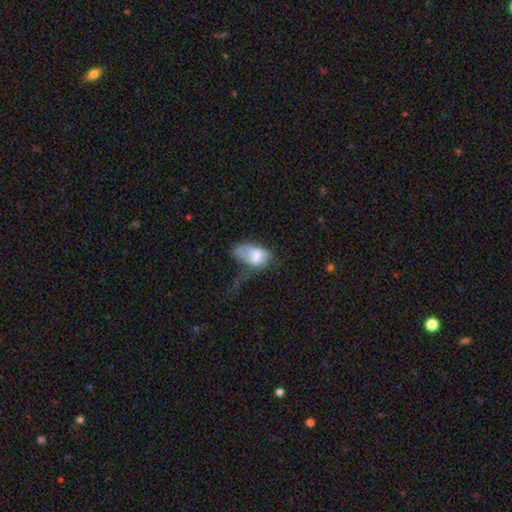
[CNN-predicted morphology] Smooth or featured? smooth (66%)
How rounded? in between (91%)
Merging? major disturbance (49%)